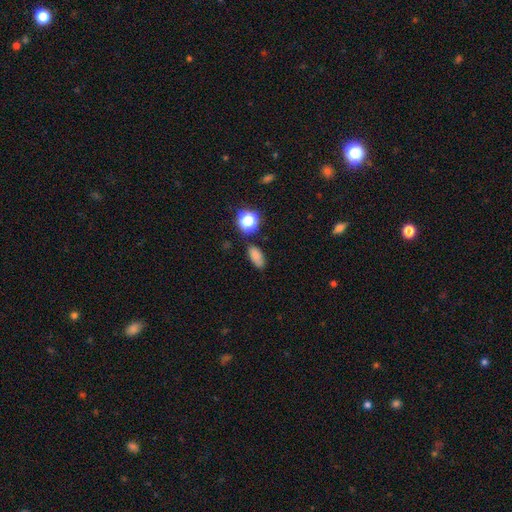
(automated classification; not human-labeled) Smooth or featured: smooth — 79% (star or artifact — 15%)
How rounded: in between — 85% (round — 10%)
Merging: none — 76% (minor disturbance — 16%)